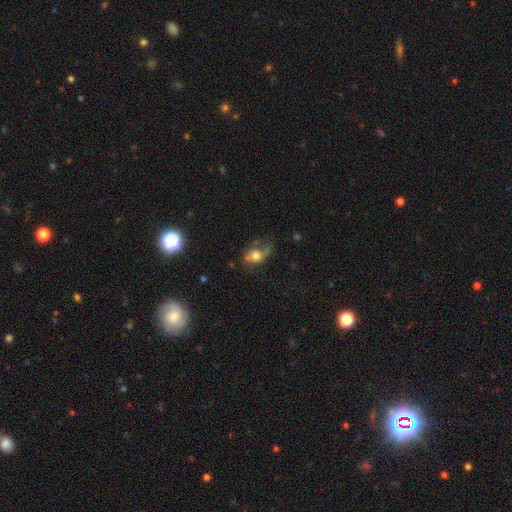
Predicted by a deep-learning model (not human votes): Smooth or featured?
  - smooth: 52% *
  - featured or disk: 36%
  - star or artifact: 12%
How rounded?
  - in between: 63% *
  - round: 34%
  - cigar-shaped: 3%
Merging?
  - none: 41% *
  - minor disturbance: 28%
  - major disturbance: 26%
  - merger: 5%